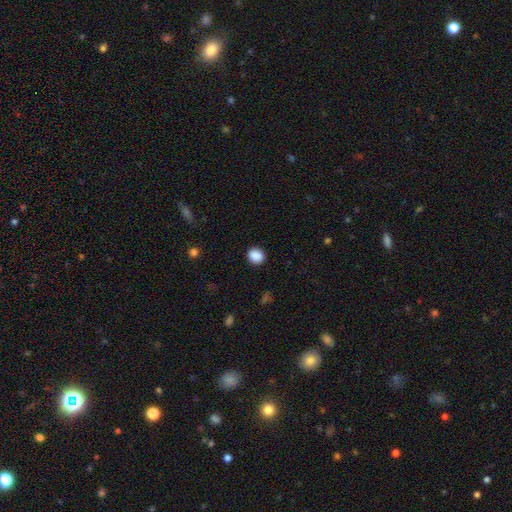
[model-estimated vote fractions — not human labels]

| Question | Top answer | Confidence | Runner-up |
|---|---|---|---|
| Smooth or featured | smooth | 89% | star or artifact (9%) |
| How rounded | round | 68% | in between (31%) |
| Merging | none | 89% | minor disturbance (8%) |